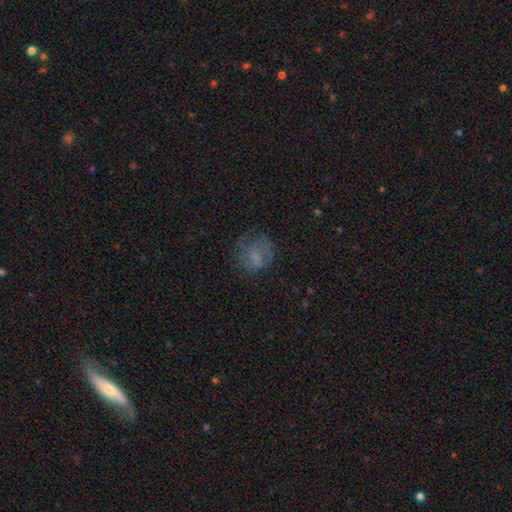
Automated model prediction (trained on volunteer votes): This is possibly a smooth galaxy (51%). How rounded: likely round (72%). Merging: possibly none (57%).